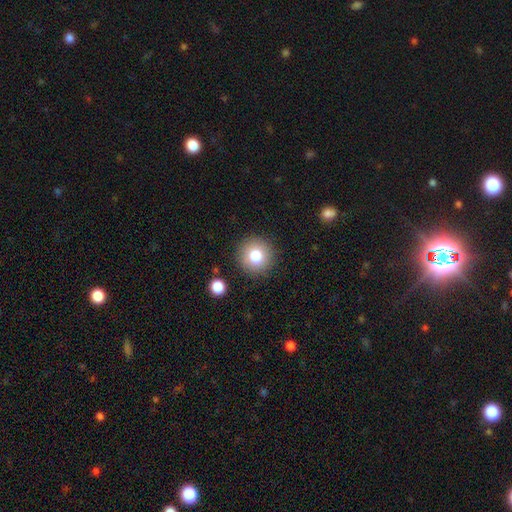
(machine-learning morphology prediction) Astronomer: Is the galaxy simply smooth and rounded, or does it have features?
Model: smooth — 78%.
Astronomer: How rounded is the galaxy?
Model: round — 95%.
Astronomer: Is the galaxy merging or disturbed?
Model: none — 89%.